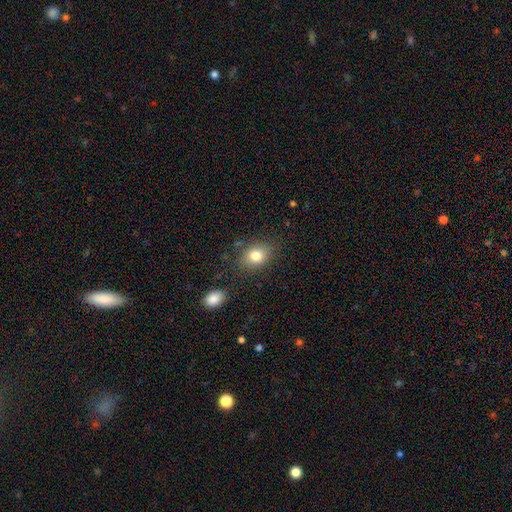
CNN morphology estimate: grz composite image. It shows a smooth galaxy with no disk features (81%) that is in between round and cigar-shaped (61%). Merging: none (77%).